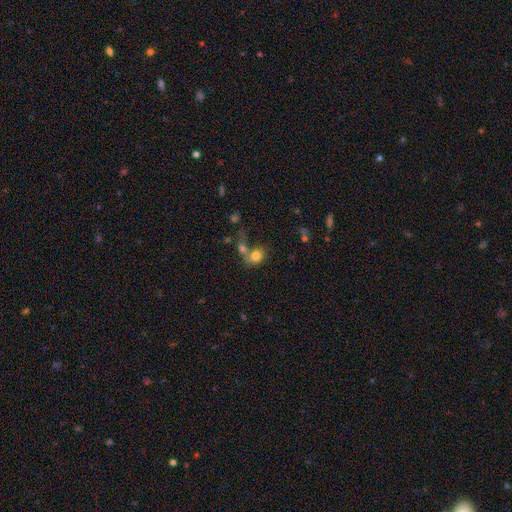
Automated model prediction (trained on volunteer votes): This is likely a smooth galaxy (77%). How rounded: possibly round (59%). Merging: possibly merger (46%).